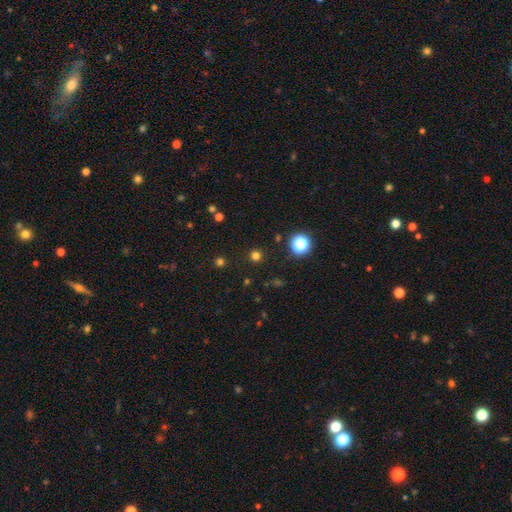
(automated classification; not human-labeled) Smooth or featured? smooth (73%)
How rounded? round (95%)
Merging? none (90%)